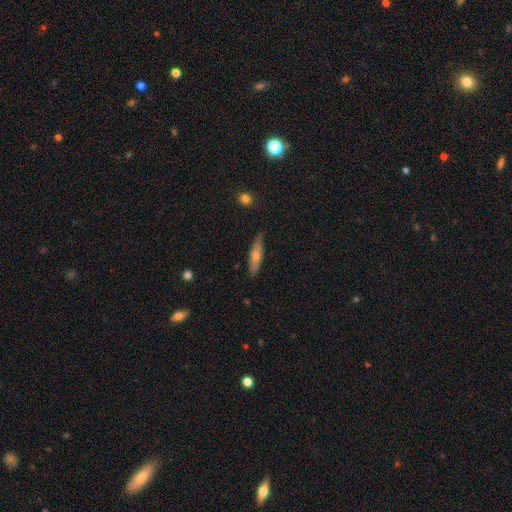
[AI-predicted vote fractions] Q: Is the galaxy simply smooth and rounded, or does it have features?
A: smooth — 47%.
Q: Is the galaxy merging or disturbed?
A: none — 87%.